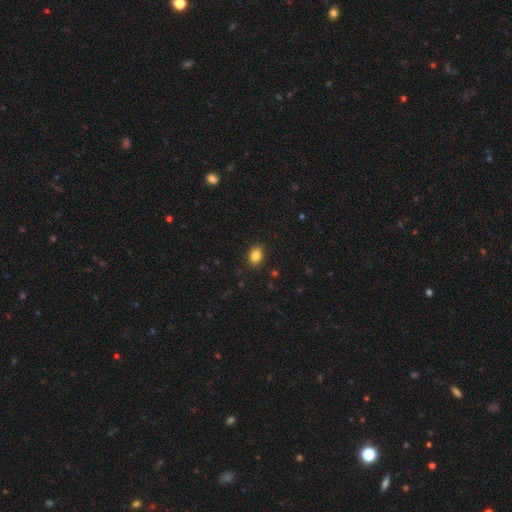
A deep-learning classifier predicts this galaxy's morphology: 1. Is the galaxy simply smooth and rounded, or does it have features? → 85% smooth, 10% star or artifact, 5% featured or disk.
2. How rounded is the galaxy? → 68% in between, 31% round, 1% cigar-shaped.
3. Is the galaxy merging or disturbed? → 87% none, 9% minor disturbance, 2% major disturbance, 1% merger.